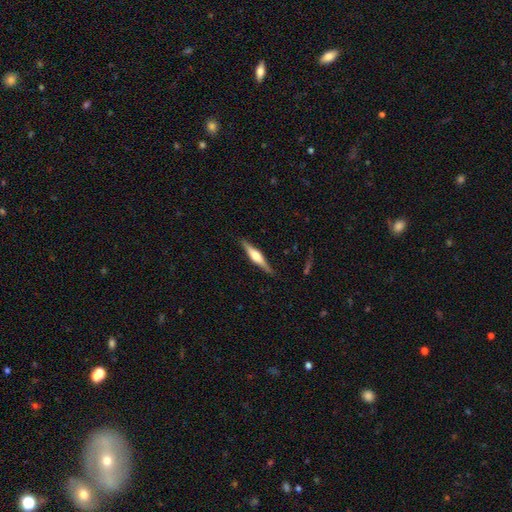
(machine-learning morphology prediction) A featured or disk galaxy (67%) viewed edge-on (97%) with a rounded central bulge (89%). Merging: none (87%).